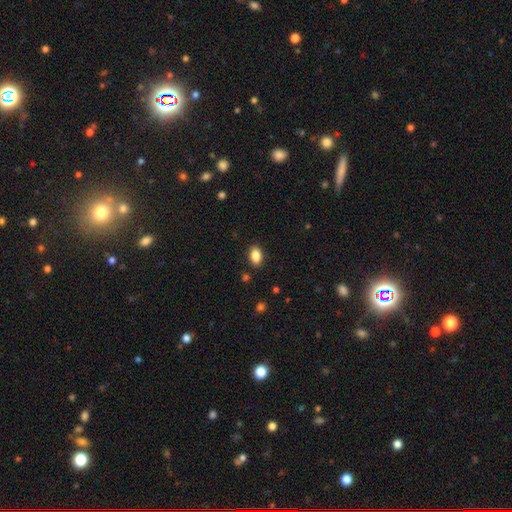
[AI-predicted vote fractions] Smooth or featured: smooth — 86% (star or artifact — 9%)
How rounded: in between — 87% (round — 11%)
Merging: none — 88% (minor disturbance — 8%)